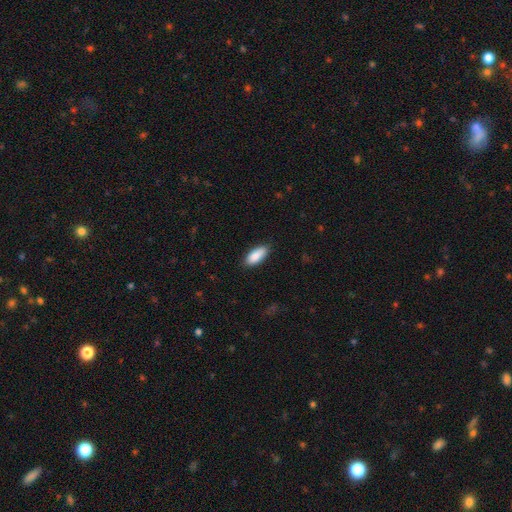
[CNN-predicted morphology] smooth 89%, star or artifact 6%, featured or disk 5%. Down the decision tree: how rounded — in between (84%); merging — none (85%).